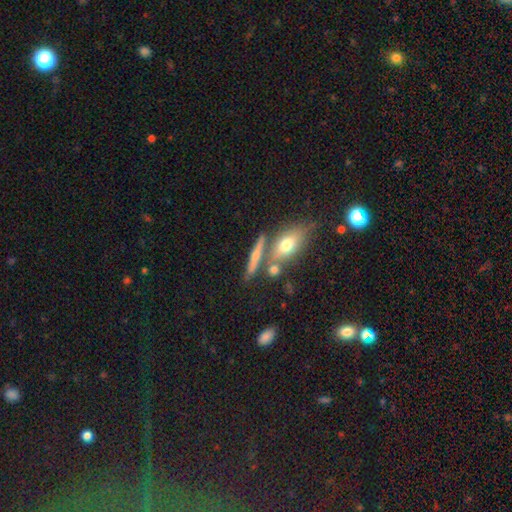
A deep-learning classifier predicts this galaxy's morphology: Smooth or featured: featured or disk — 45% (smooth — 44%)
Merging: none — 64% (merger — 21%)